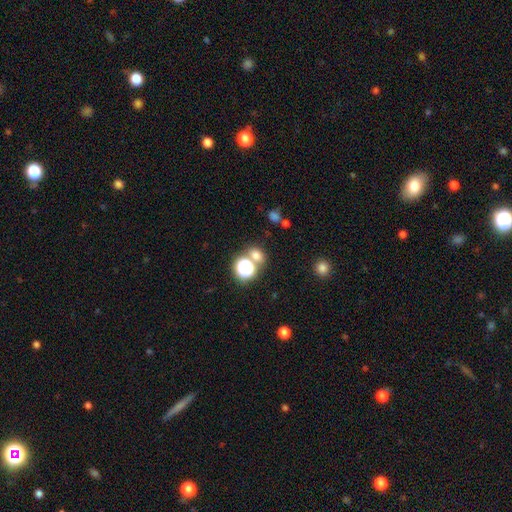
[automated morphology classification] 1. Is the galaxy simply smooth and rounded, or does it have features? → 65% smooth, 28% star or artifact, 8% featured or disk.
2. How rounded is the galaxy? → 64% round, 35% in between, 1% cigar-shaped.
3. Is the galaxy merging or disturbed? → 65% none, 22% merger, 9% minor disturbance, 4% major disturbance.